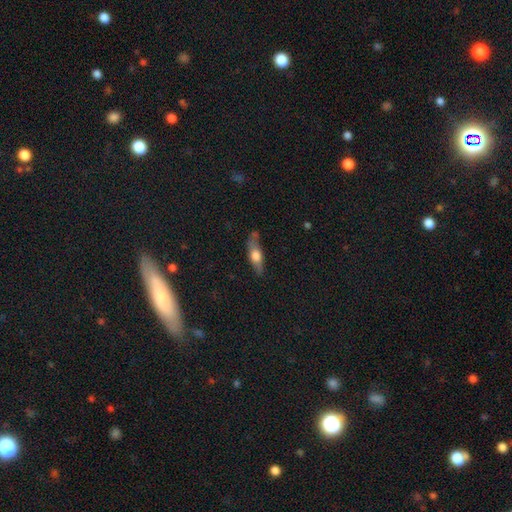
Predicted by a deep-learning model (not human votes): Smooth or featured: smooth — 52% (featured or disk — 41%)
How rounded: cigar-shaped — 49% (in between — 47%)
Merging: none — 66% (minor disturbance — 23%)